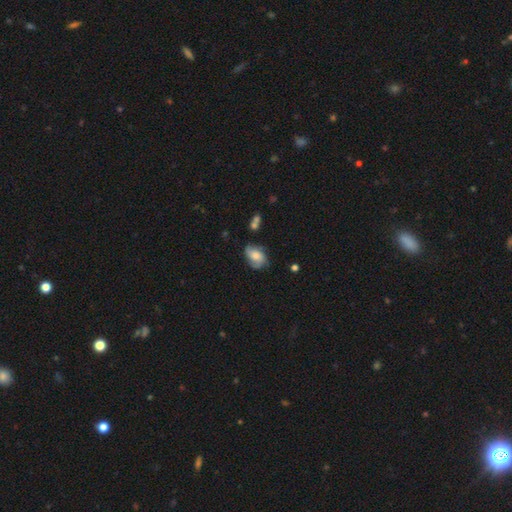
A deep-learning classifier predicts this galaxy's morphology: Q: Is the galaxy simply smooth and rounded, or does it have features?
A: featured or disk — 52%.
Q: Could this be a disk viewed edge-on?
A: no — 96%.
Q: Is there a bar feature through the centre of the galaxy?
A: no — 69%.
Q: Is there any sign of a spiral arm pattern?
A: yes — 87%.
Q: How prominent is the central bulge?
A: moderate — 44%.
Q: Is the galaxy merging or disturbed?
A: none — 61%.